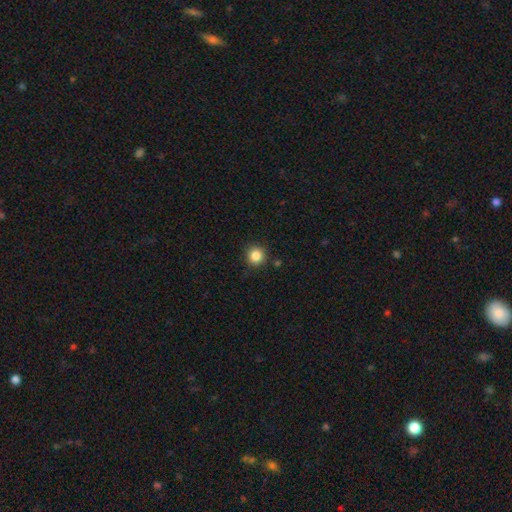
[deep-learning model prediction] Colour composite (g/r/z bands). It shows a smooth galaxy with no disk features (85%) that is round (94%). Merging: none (88%).